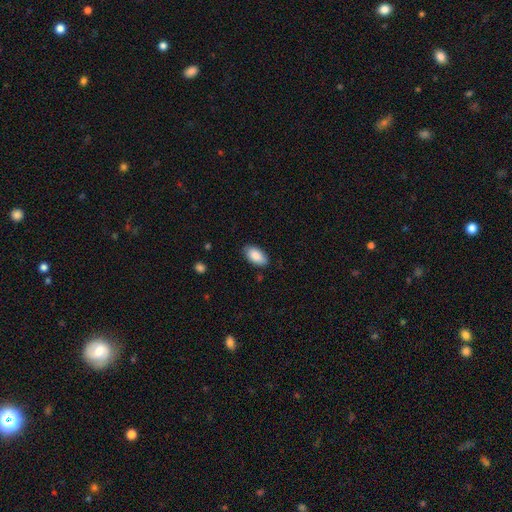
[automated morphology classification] A smooth galaxy with no disk features (88%) that is in between round and cigar-shaped (94%). Merging: none (84%).